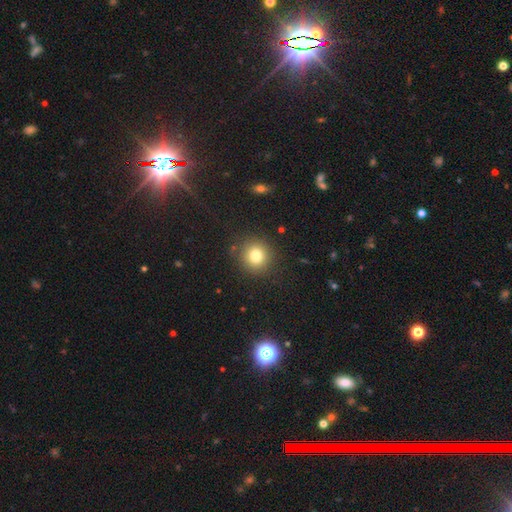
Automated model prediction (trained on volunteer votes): Q: Smooth or featured?
A: smooth (81%); runner-up: star or artifact (12%)
Q: How rounded?
A: round (90%); runner-up: in between (9%)
Q: Merging?
A: none (88%); runner-up: minor disturbance (8%)